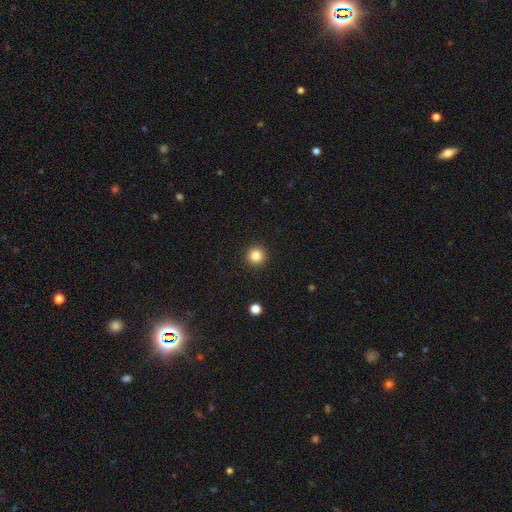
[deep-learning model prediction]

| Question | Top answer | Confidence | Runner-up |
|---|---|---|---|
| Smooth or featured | smooth | 84% | star or artifact (11%) |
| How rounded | round | 96% | in between (3%) |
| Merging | none | 93% | minor disturbance (4%) |